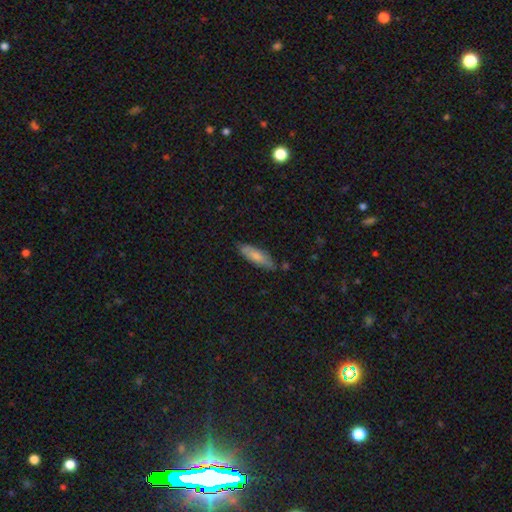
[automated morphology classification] A smooth galaxy with no disk features (77%) that is cigar-shaped (49%, tied with in between).

Vote fractions:
- Smooth or featured? smooth: 77% / featured or disk: 17% / star or artifact: 6%
- How rounded? cigar-shaped: 49% (tied) / in between: 49% (tied) / round: 2%
- Merging? none: 79% / minor disturbance: 15% / major disturbance: 3% / merger: 2%